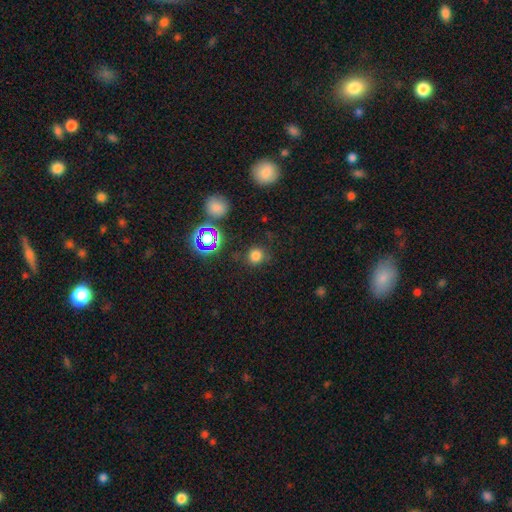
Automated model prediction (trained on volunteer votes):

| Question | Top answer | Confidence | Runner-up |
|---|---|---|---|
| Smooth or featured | smooth | 72% | star or artifact (22%) |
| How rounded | round | 89% | in between (10%) |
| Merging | none | 82% | minor disturbance (11%) |